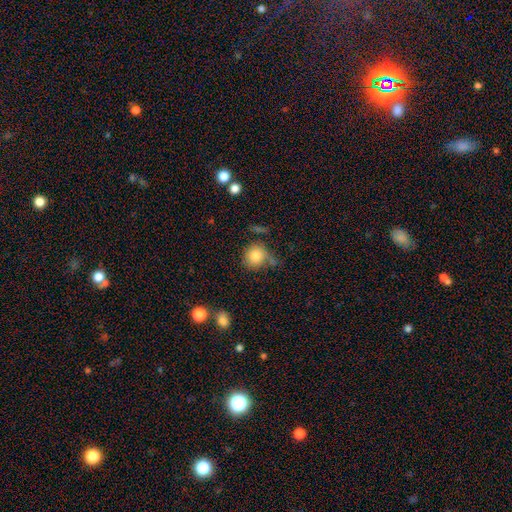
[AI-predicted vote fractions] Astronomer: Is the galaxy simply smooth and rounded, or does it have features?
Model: smooth — 82%.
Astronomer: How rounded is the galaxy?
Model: round — 87%.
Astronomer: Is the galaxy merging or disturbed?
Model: none — 58%.